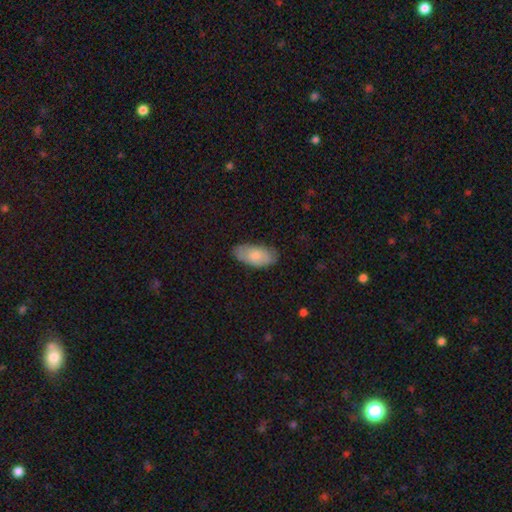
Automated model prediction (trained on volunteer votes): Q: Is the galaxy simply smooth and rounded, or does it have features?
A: smooth — 76%.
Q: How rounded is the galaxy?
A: in between — 93%.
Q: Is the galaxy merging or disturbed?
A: none — 76%.